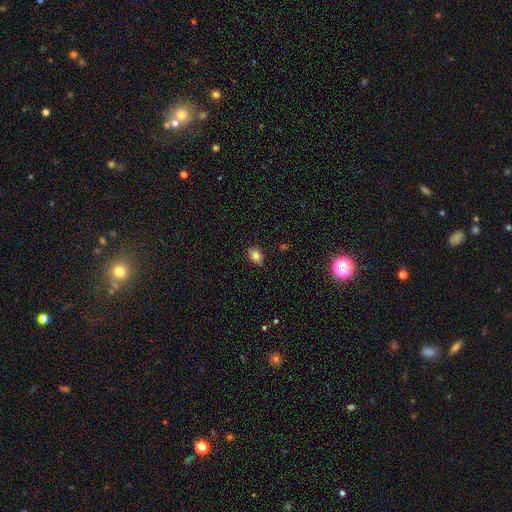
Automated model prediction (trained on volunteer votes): smooth 83%, star or artifact 10%, featured or disk 7%. Down the decision tree: how rounded — in between (78%); merging — none (86%).